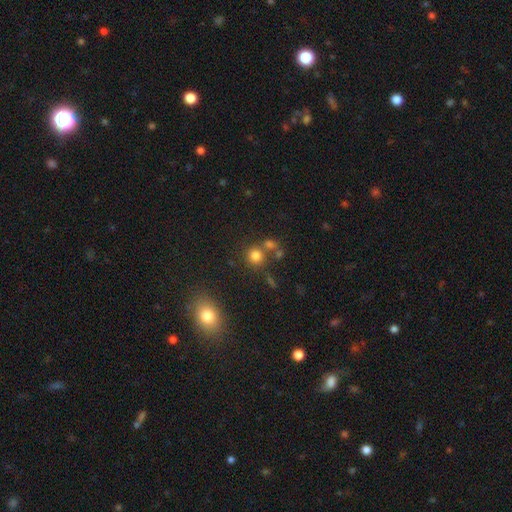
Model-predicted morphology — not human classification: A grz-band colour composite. It shows a smooth galaxy with no disk features (77%) that is round (88%). Merging: none (66%).